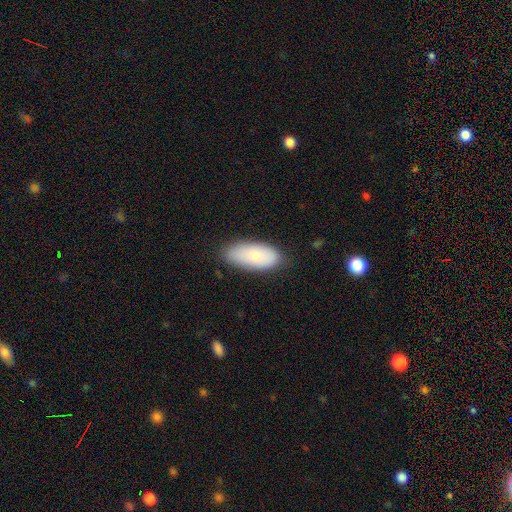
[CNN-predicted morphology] The model was most divided on "smooth or featured": smooth: 77%, featured or disk: 16%, star or artifact: 7%. More confident: how rounded — in between (88%); merging — none (81%).